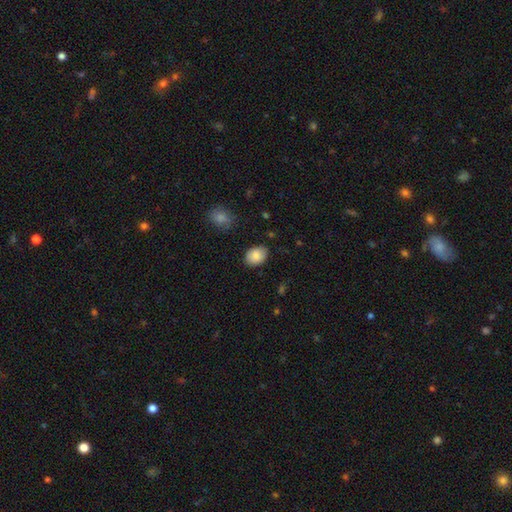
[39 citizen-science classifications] A smooth galaxy with no disk features (85%) that is in between round and cigar-shaped (76%).

Vote fractions:
- Smooth or featured? smooth: 85% / featured or disk: 8% / star or artifact: 8%
- How rounded? in between: 76% / round: 24% / cigar-shaped: 0%
- Merging? none: 86% / minor disturbance: 8% / major disturbance: 3% / merger: 3%